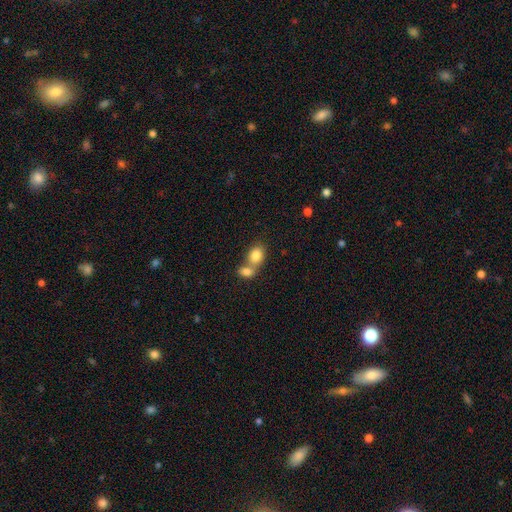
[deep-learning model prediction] Morphology: type=smooth (83%); roundness=in between (59%); merging=merger (59%).